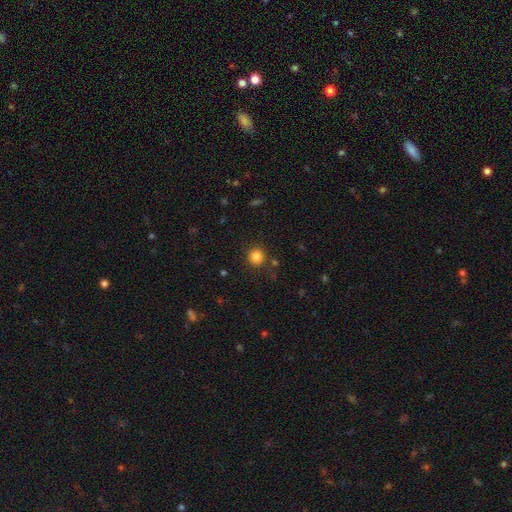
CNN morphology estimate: Smooth or featured: smooth — 84% (star or artifact — 12%)
How rounded: round — 93% (in between — 6%)
Merging: none — 88% (minor disturbance — 7%)